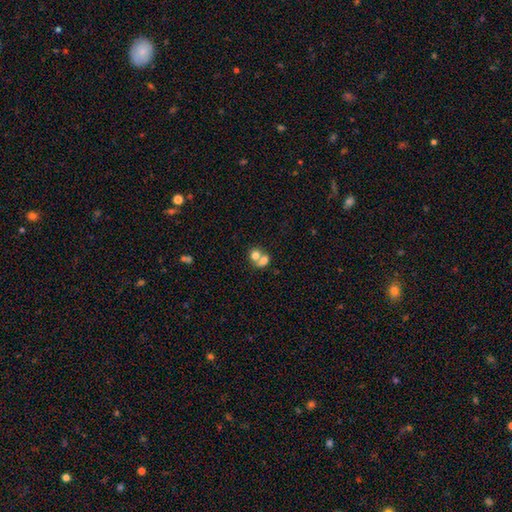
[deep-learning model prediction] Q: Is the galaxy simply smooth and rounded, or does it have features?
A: smooth — 74%.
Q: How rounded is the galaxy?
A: round — 59%.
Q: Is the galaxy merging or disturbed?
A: merger — 65%.